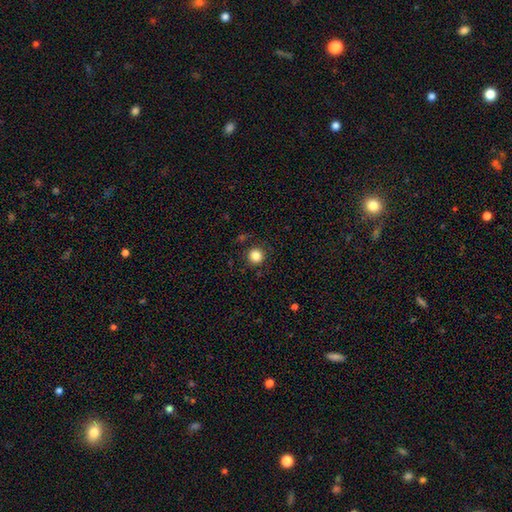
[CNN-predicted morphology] Smooth or featured? smooth (85%)
How rounded? round (95%)
Merging? none (89%)